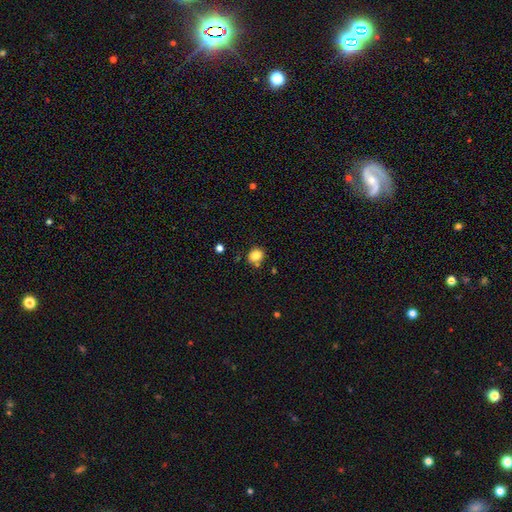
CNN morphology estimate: smooth-or-featured: smooth: 84% | star or artifact: 11% | featured or disk: 6%
  how-rounded: round: 68% | in between: 31% | cigar-shaped: 1%
  merging: none: 74% | minor disturbance: 14% | merger: 9% | major disturbance: 4%